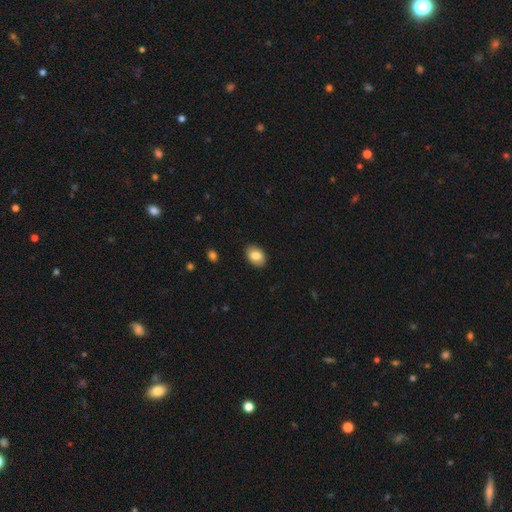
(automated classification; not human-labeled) A smooth galaxy with no disk features (83%) that is in between round and cigar-shaped (81%).

Vote fractions:
- Smooth or featured? smooth: 83% / featured or disk: 9% / star or artifact: 7%
- How rounded? in between: 81% / round: 18% / cigar-shaped: 1%
- Merging? none: 88% / minor disturbance: 9% / major disturbance: 2% / merger: 1%